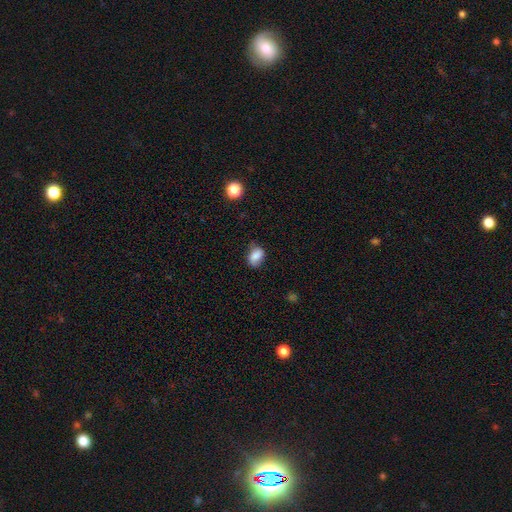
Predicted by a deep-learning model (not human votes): Smooth or featured? smooth (83%)
How rounded? in between (74%)
Merging? none (62%)